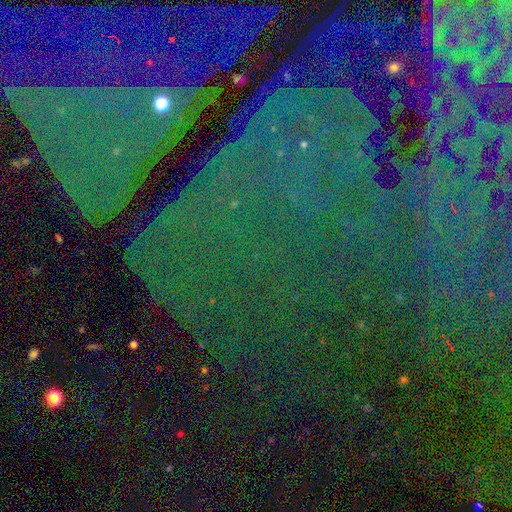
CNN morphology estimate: A star or artifact, not a galaxy (83%).